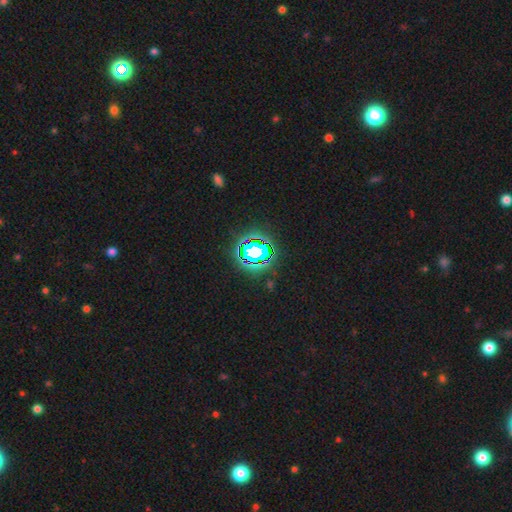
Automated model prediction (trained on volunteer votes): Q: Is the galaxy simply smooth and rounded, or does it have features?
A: star or artifact — 71%.